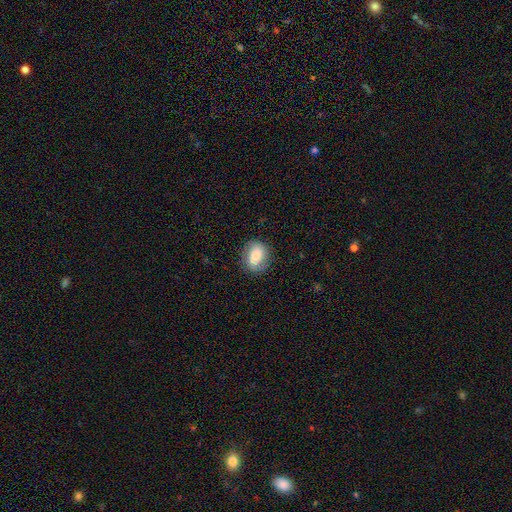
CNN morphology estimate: smooth_or_featured: smooth (p=0.71) [alt: featured or disk p=0.21]
how_rounded: in between (p=0.58) [alt: round p=0.40]
merging: none (p=0.79) [alt: minor disturbance p=0.15]